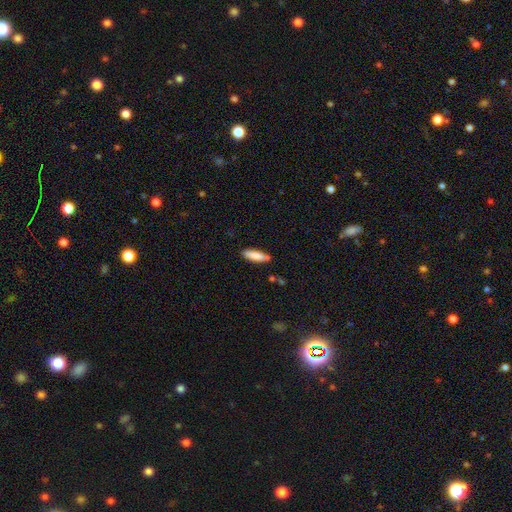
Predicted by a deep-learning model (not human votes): smooth-or-featured: smooth: 84% | featured or disk: 10% | star or artifact: 6%
  how-rounded: cigar-shaped: 60% | in between: 38% | round: 1%
  merging: none: 83% | minor disturbance: 12% | major disturbance: 2% | merger: 2%